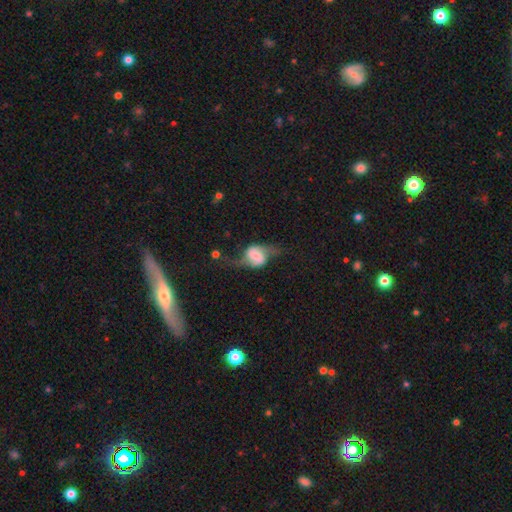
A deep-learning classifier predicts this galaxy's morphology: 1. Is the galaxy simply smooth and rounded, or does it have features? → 67% featured or disk, 25% smooth, 8% star or artifact.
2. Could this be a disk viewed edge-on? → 94% no, 6% yes.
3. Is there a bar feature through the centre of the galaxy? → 40% no, 39% weak, 22% strong.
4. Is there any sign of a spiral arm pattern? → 88% yes, 12% no.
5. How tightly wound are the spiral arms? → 78% loose, 17% medium, 5% tight.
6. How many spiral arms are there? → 90% 2, 3% can't tell, 3% 1, 1% 3, 1% 4, 1% more than 4.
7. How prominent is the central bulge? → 33% moderate, 32% small, 17% large, 10% none, 9% dominant.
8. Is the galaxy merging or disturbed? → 48% none, 27% major disturbance, 21% minor disturbance, 4% merger.